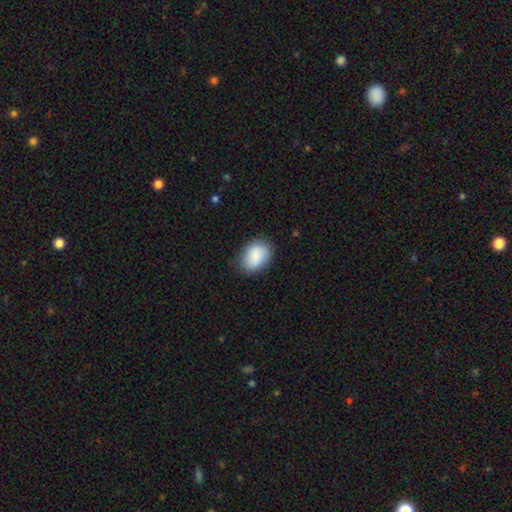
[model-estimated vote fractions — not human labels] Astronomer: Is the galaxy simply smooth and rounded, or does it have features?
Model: smooth — 86%.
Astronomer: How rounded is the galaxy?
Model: in between — 77%.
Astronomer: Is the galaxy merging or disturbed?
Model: none — 79%.